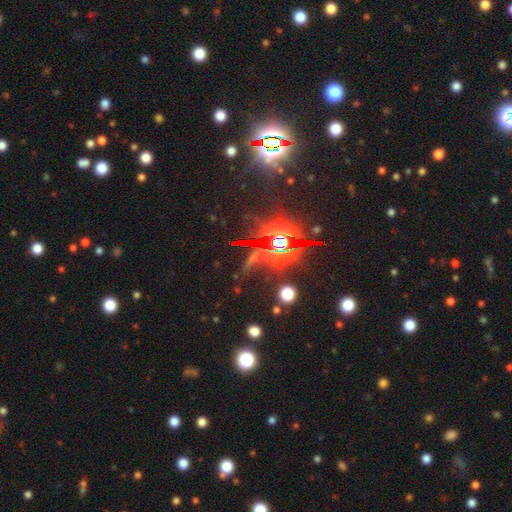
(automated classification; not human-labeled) Morphology: type=star or artifact (78%).